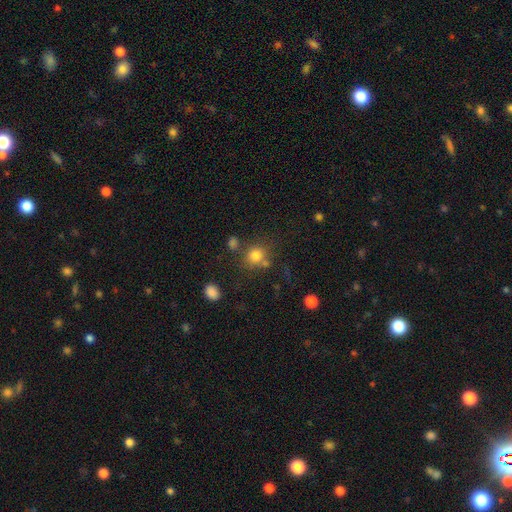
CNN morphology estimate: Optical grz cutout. It shows a smooth galaxy with no disk features (78%) that is round (84%). Merging: none (67%).